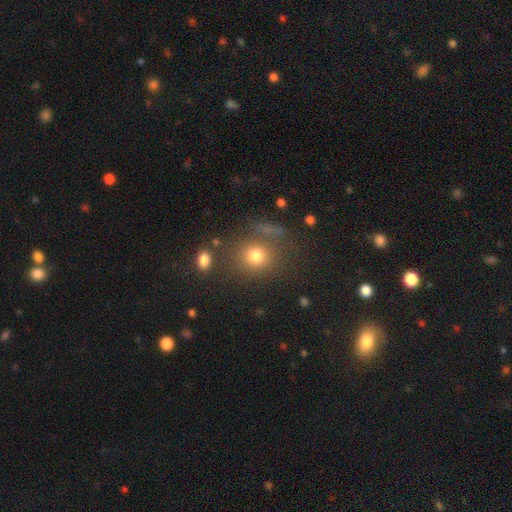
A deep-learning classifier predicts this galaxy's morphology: Smooth or featured?
  - smooth: 78% *
  - star or artifact: 13%
  - featured or disk: 9%
How rounded?
  - round: 80% *
  - in between: 18%
  - cigar-shaped: 1%
Merging?
  - none: 70% *
  - minor disturbance: 13%
  - major disturbance: 8%
  - merger: 8%